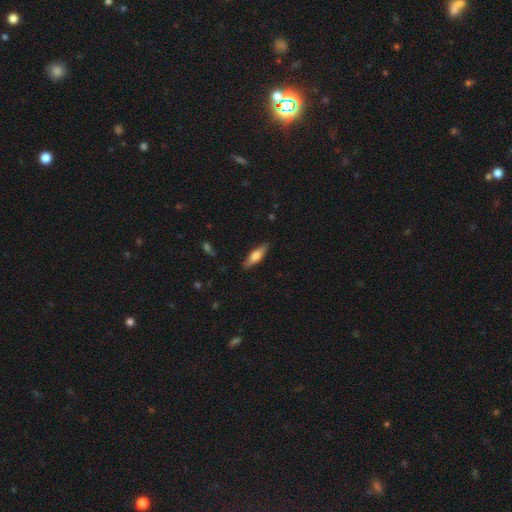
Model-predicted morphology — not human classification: smooth-or-featured: smooth: 55% | featured or disk: 40% | star or artifact: 6%
  how-rounded: cigar-shaped: 61% | in between: 36% | round: 2%
  merging: none: 87% | minor disturbance: 10% | major disturbance: 2% | merger: 1%